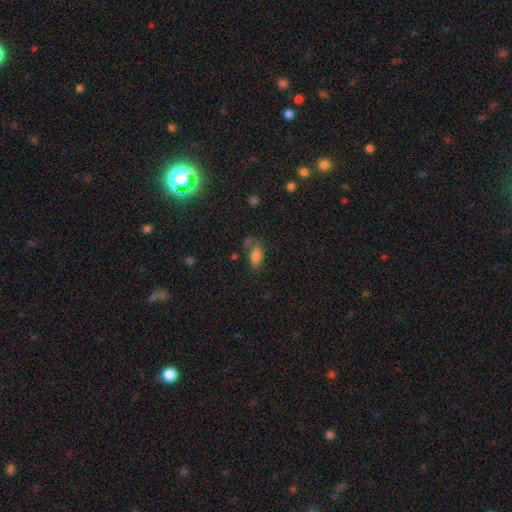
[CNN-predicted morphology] smooth-or-featured: smooth: 78% | star or artifact: 13% | featured or disk: 9%
  how-rounded: in between: 87% | cigar-shaped: 8% | round: 5%
  merging: none: 49% | minor disturbance: 22% | merger: 16% | major disturbance: 13%